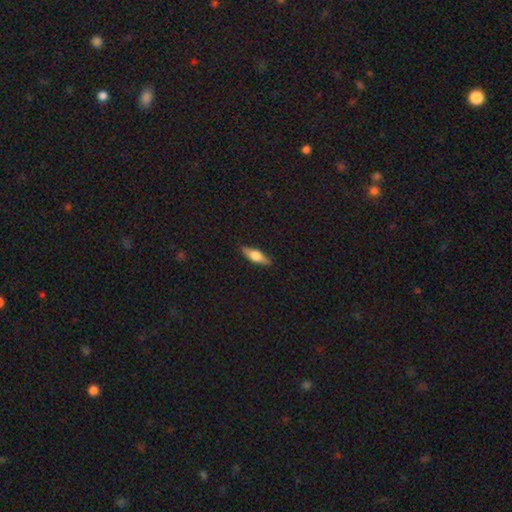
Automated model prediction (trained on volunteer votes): This appears to be a smooth galaxy with no disk features (52%) that is in between round and cigar-shaped (50%). Merging: none (88%).